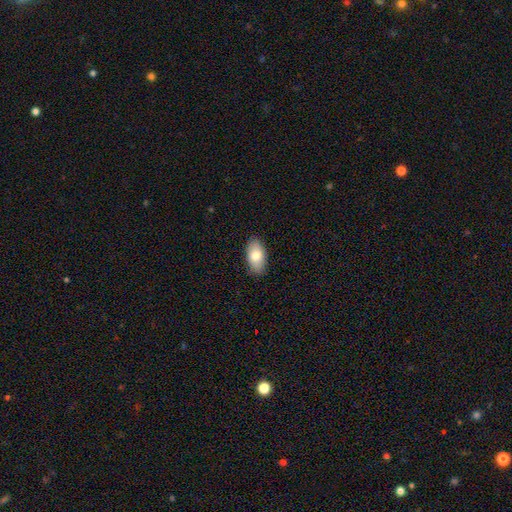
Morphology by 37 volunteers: smooth 89%, featured or disk 5%, star or artifact 5%. Down the decision tree: how rounded — in between (91%); merging — none (94%).